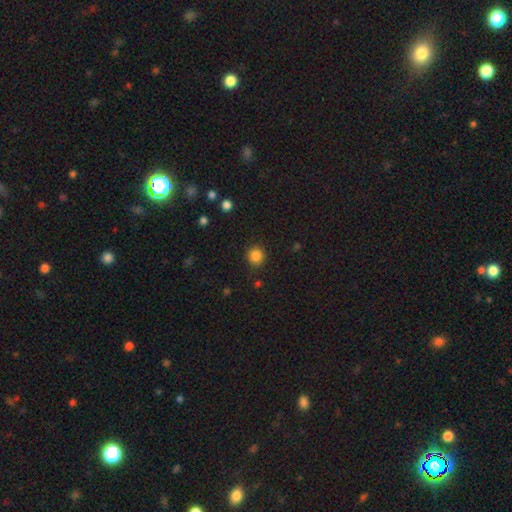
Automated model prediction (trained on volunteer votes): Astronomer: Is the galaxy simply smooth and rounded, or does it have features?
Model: smooth — 85%.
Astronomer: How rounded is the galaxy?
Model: round — 92%.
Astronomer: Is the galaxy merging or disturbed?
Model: none — 90%.